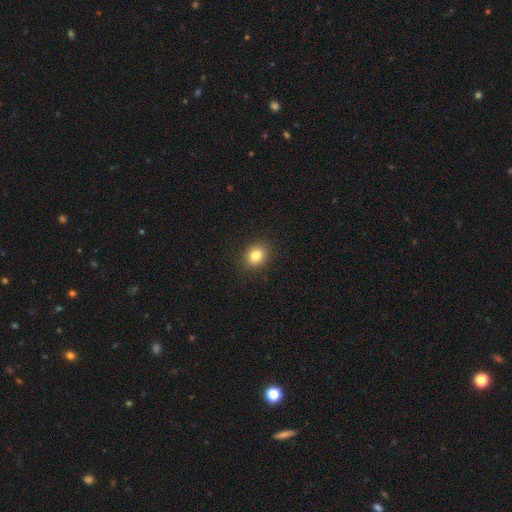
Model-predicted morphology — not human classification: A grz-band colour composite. It shows a smooth galaxy with no disk features (82%) that is round (65%). Merging: none (90%).